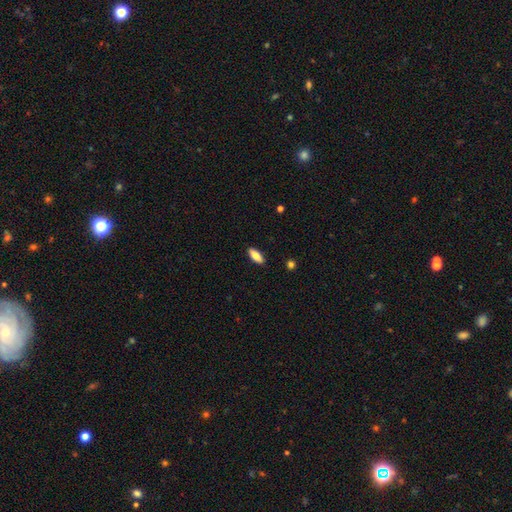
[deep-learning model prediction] A smooth galaxy with no disk features (79%) that is in between round and cigar-shaped (79%). Merging: none (89%).